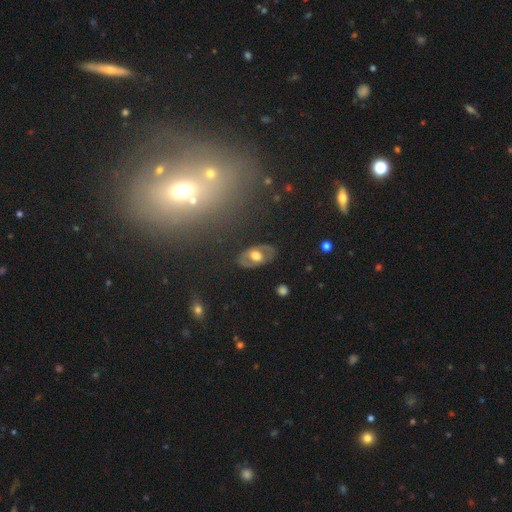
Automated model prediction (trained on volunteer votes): A featured or disk galaxy (53%).

Vote fractions:
- Smooth or featured? featured or disk: 53% / smooth: 40% / star or artifact: 7%
- Edge-on disk? no: 88% / yes: 12%
- Merging? none: 81% / minor disturbance: 13% / major disturbance: 5% / merger: 1%